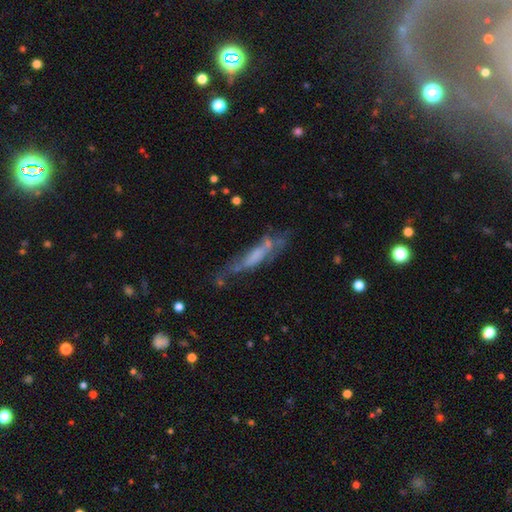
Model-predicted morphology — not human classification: type=featured or disk (56%); edge-on=no (53%); merging=none (44%).